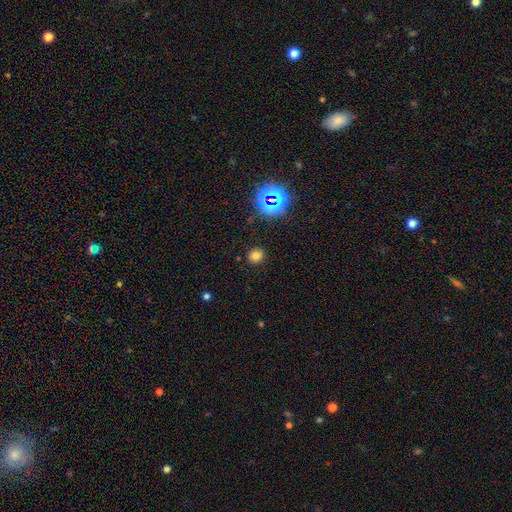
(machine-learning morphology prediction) This appears to be a smooth galaxy with no disk features (71%) that is round (80%). Merging: none (89%).